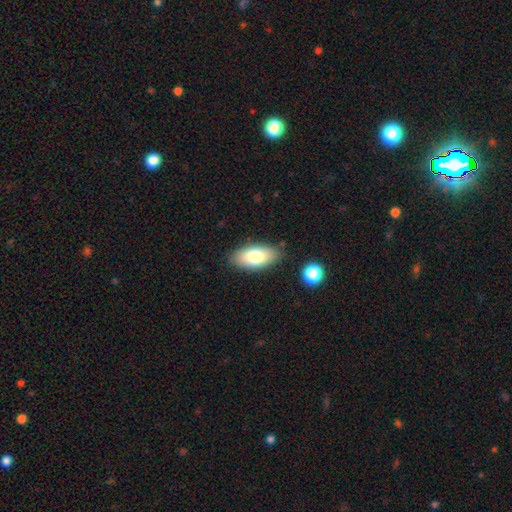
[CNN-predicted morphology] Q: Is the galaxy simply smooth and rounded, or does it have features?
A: smooth — 78%.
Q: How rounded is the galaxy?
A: in between — 90%.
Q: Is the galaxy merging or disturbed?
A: none — 84%.